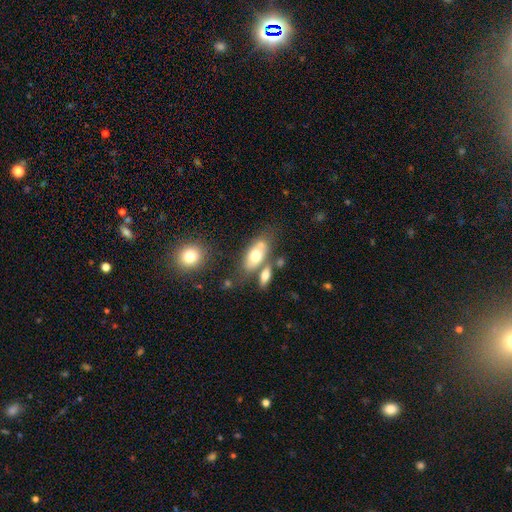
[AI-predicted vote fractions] This is likely a smooth galaxy (65%). How rounded: clearly in between (83%). Merging: possibly none (50%).